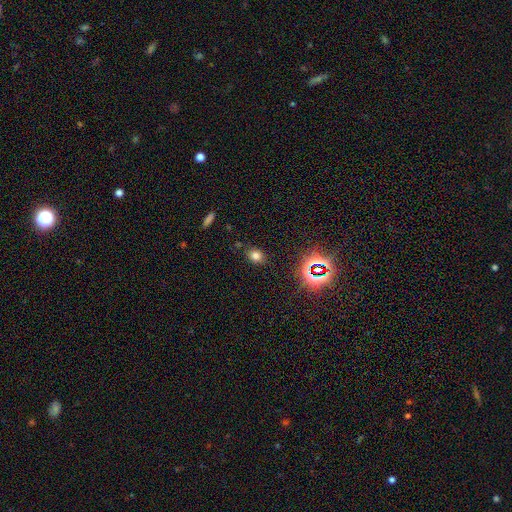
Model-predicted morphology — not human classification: Smooth or featured?
  - smooth: 71% *
  - star or artifact: 22%
  - featured or disk: 7%
How rounded?
  - round: 61% *
  - in between: 38%
  - cigar-shaped: 1%
Merging?
  - none: 83% *
  - minor disturbance: 11%
  - major disturbance: 3%
  - merger: 3%